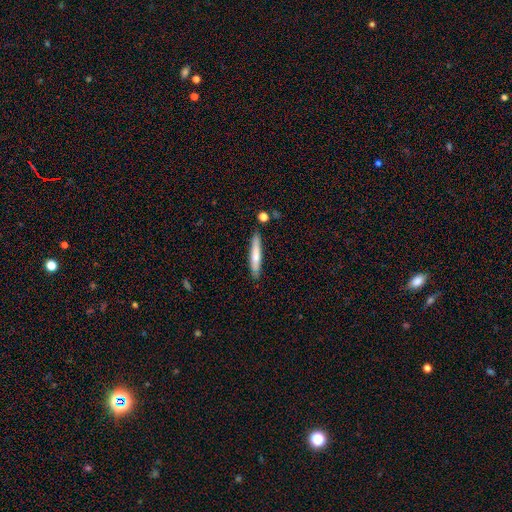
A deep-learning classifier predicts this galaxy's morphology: Smooth or featured? smooth (69%)
How rounded? cigar-shaped (91%)
Merging? none (81%)